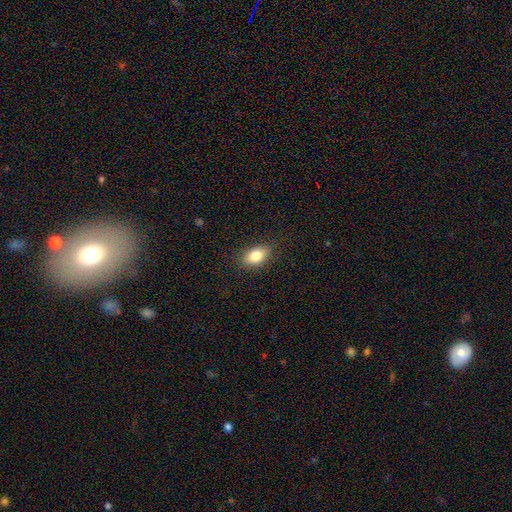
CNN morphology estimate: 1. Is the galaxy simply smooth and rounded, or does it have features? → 82% smooth, 10% featured or disk, 8% star or artifact.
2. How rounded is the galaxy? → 89% in between, 8% round, 3% cigar-shaped.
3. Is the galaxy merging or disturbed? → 87% none, 10% minor disturbance, 2% major disturbance, 1% merger.